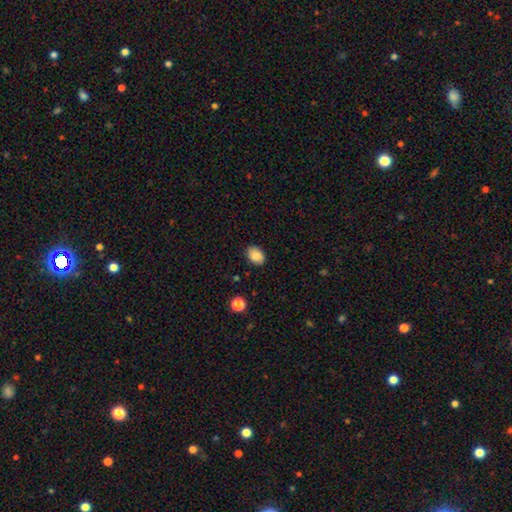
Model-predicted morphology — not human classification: This appears to be a smooth galaxy with no disk features (87%) that is in between round and cigar-shaped (77%). Merging: none (85%).